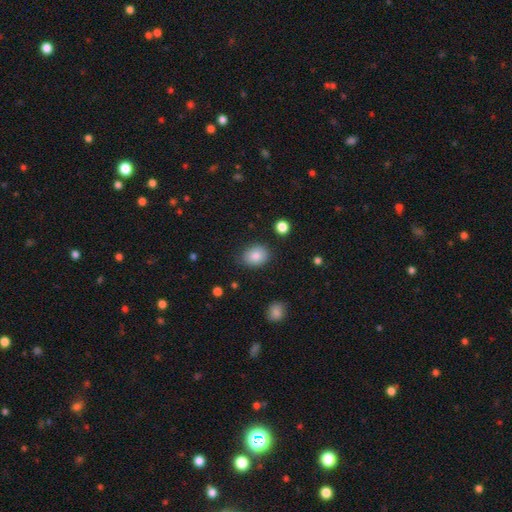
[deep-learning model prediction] Q: Smooth or featured?
A: smooth (84%); runner-up: star or artifact (8%)
Q: How rounded?
A: in between (53%); runner-up: round (46%)
Q: Merging?
A: none (79%); runner-up: minor disturbance (15%)